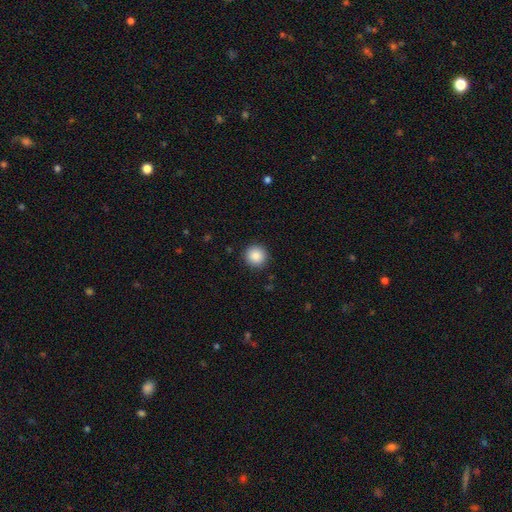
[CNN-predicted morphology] Overall: smooth (87%). How rounded: round (95%). Merging: none (91%).